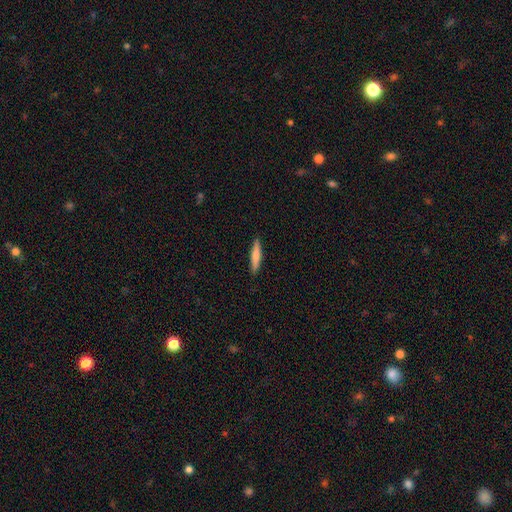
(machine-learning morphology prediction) A smooth galaxy with no disk features (70%) that is cigar-shaped (88%).

Vote fractions:
- Smooth or featured? smooth: 70% / featured or disk: 25% / star or artifact: 5%
- How rounded? cigar-shaped: 88% / in between: 11% / round: 1%
- Merging? none: 91% / minor disturbance: 7% / major disturbance: 2% / merger: 1%